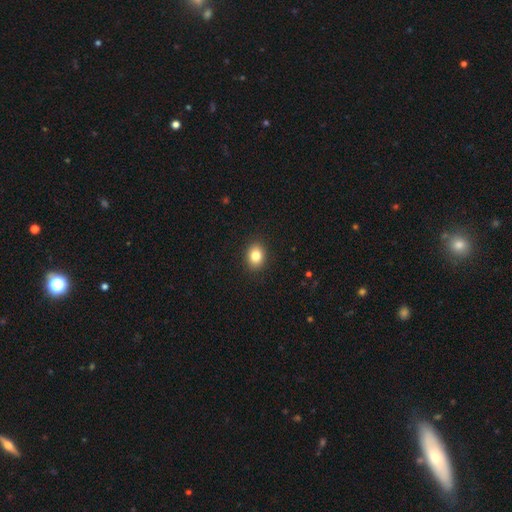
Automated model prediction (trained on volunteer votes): A smooth galaxy with no disk features (83%) that is in between round and cigar-shaped (54%). Merging: none (91%).